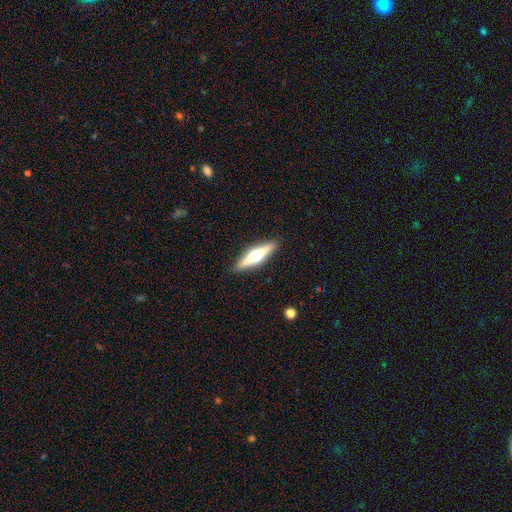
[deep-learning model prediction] Q: Smooth or featured?
A: featured or disk (67%); runner-up: smooth (27%)
Q: Edge-on disk?
A: yes (97%); runner-up: no (3%)
Q: Edge-on bulge?
A: rounded (94%); runner-up: boxy (3%)
Q: Merging?
A: none (90%); runner-up: minor disturbance (7%)